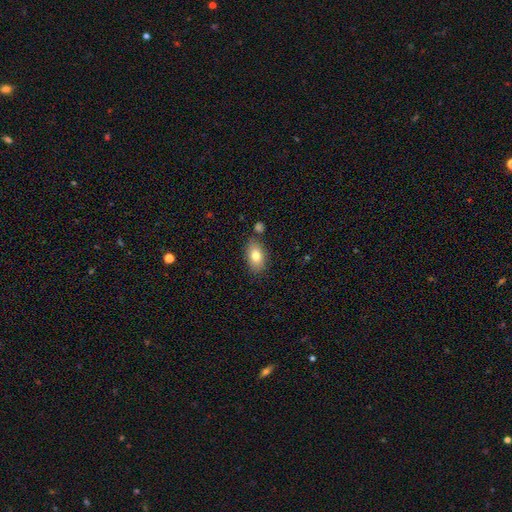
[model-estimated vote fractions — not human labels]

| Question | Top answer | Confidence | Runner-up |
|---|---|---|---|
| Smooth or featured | smooth | 78% | featured or disk (14%) |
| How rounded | in between | 89% | round (9%) |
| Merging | none | 77% | minor disturbance (13%) |